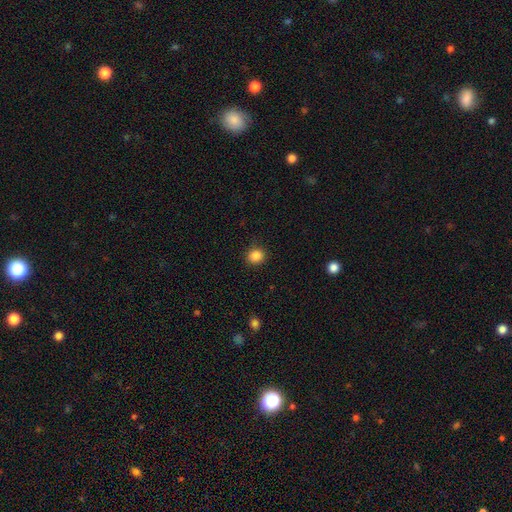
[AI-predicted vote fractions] The model was most divided on "how rounded": round: 82%, in between: 17%, cigar-shaped: 1%. More confident: merging — none (89%); smooth or featured — smooth (86%).